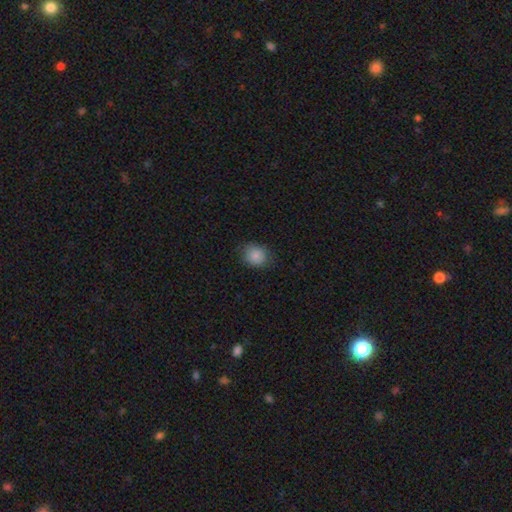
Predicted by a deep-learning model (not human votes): This is clearly a smooth galaxy (86%). How rounded: likely round (73%). Merging: clearly none (80%).